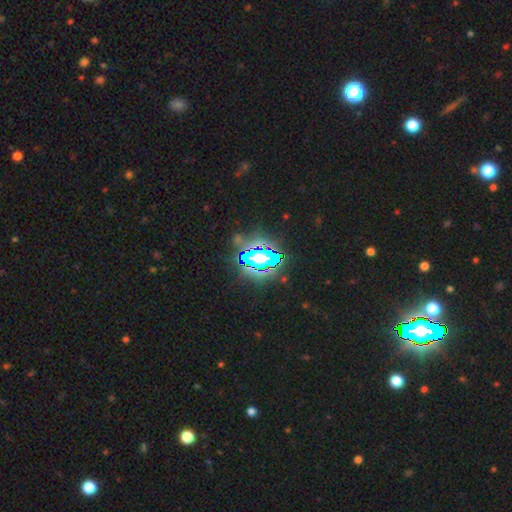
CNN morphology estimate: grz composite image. It shows a star or artifact, not a galaxy (57%).